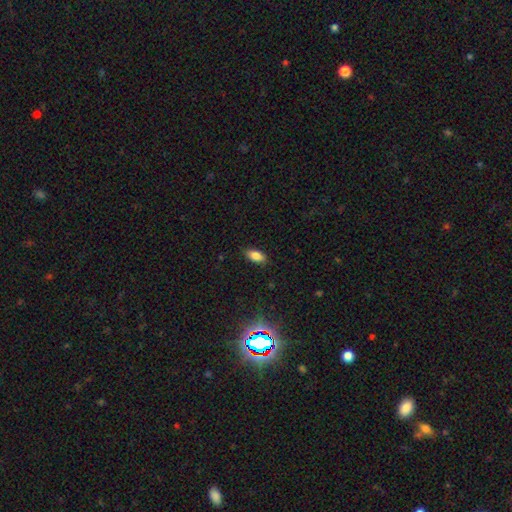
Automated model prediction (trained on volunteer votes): smooth-or-featured: smooth: 82% | star or artifact: 10% | featured or disk: 8%
  how-rounded: in between: 88% | cigar-shaped: 9% | round: 3%
  merging: none: 86% | minor disturbance: 11% | major disturbance: 2% | merger: 1%